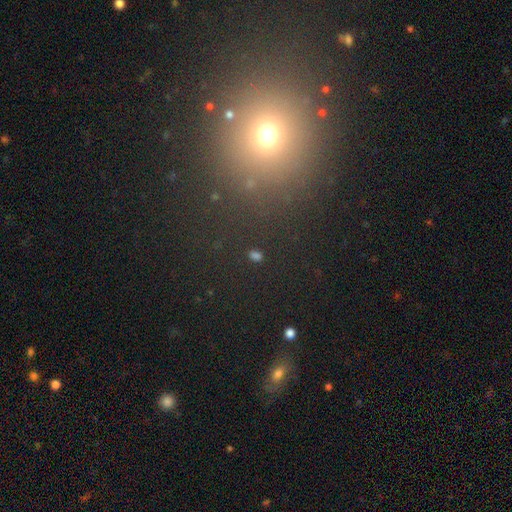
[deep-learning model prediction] This appears to be a smooth galaxy with no disk features (46%). Merging: none (81%).